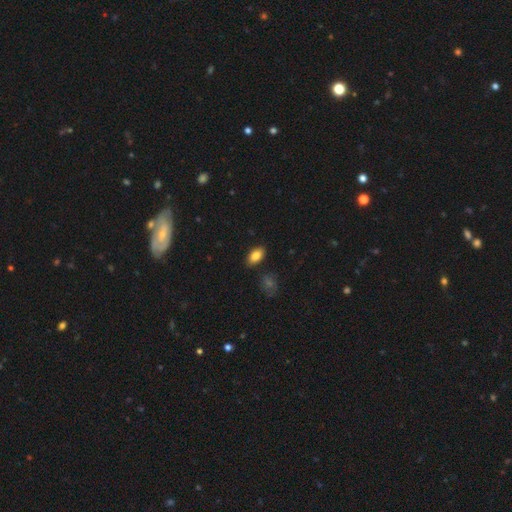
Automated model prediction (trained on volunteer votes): Smooth or featured?
  - smooth: 85% *
  - star or artifact: 8%
  - featured or disk: 7%
How rounded?
  - in between: 92% *
  - round: 5%
  - cigar-shaped: 3%
Merging?
  - none: 86% *
  - minor disturbance: 10%
  - merger: 2%
  - major disturbance: 2%